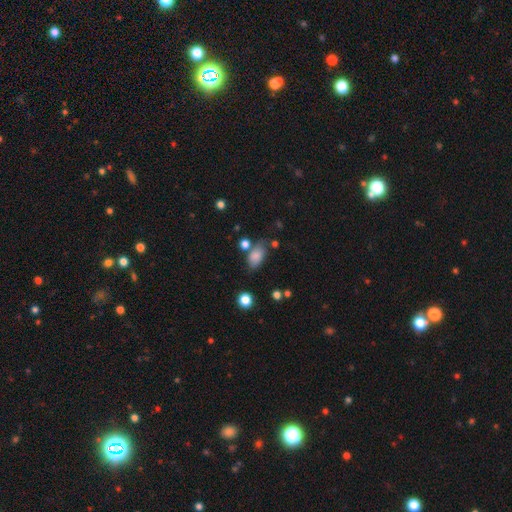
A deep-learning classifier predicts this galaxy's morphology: Smooth or featured? Predicted: smooth (p=0.82). How rounded? Predicted: in between (p=0.89). Merging? Predicted: none (p=0.60).